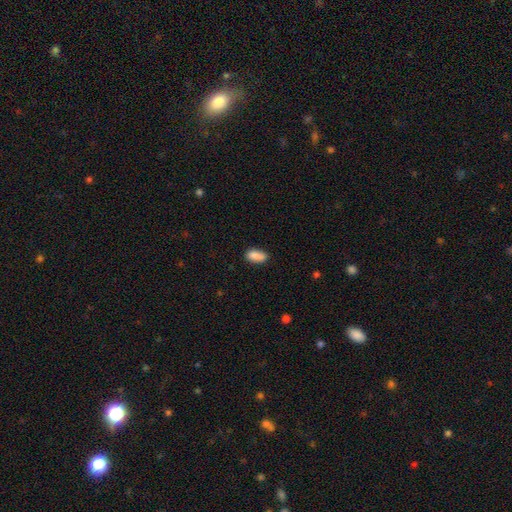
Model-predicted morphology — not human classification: This appears to be a smooth galaxy with no disk features (88%) that is in between round and cigar-shaped (88%). Merging: none (77%).